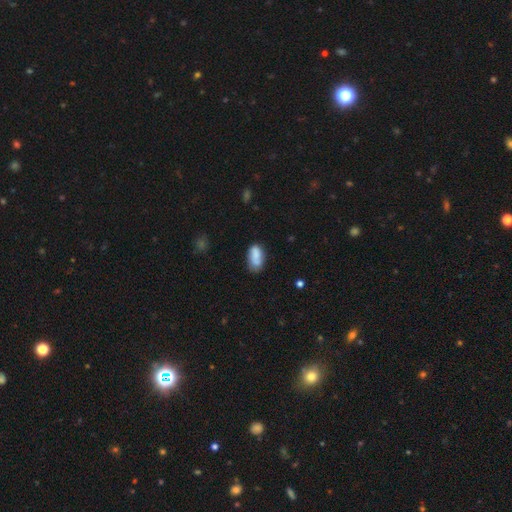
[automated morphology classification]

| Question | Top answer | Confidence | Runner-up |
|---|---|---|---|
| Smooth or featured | smooth | 77% | featured or disk (15%) |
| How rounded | in between | 91% | round (5%) |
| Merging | none | 53% | minor disturbance (28%) |